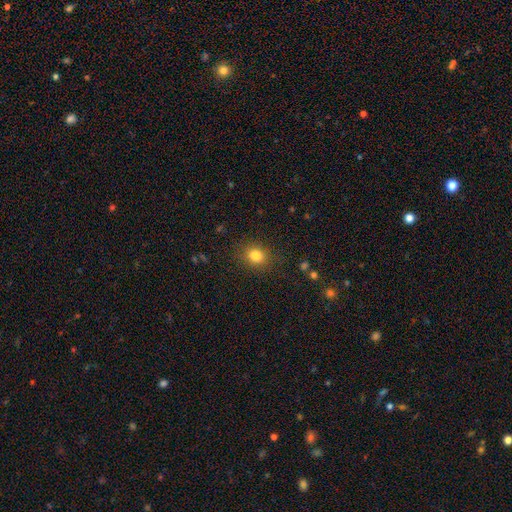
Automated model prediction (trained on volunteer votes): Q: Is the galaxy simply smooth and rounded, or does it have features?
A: smooth — 82%.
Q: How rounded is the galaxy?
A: round — 65%.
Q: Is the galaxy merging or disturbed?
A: none — 86%.